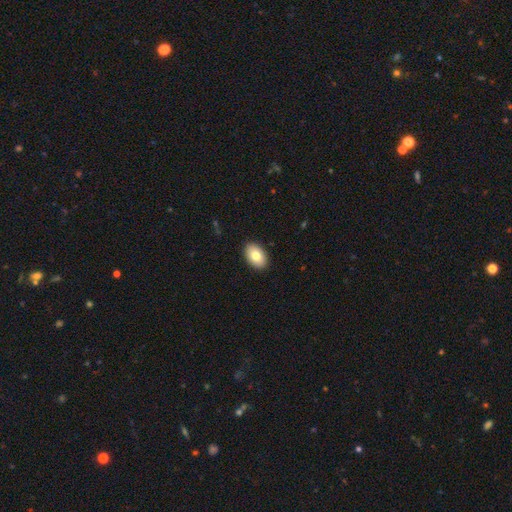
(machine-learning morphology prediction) Overall: smooth (79%). How rounded: in between (90%). Merging: none (90%).